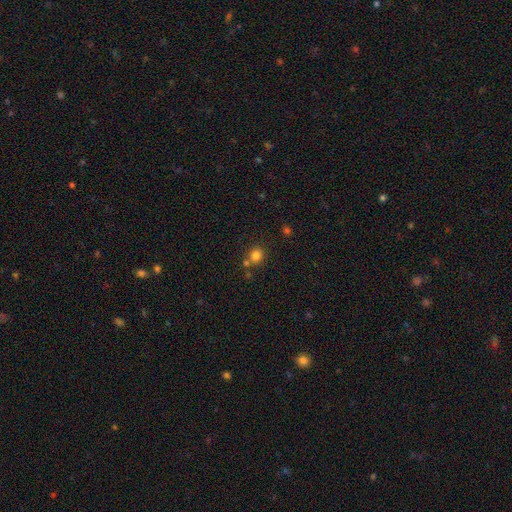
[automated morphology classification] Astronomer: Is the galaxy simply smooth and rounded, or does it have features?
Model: smooth — 80%.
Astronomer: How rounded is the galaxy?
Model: round — 87%.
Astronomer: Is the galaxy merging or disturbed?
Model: none — 68%.